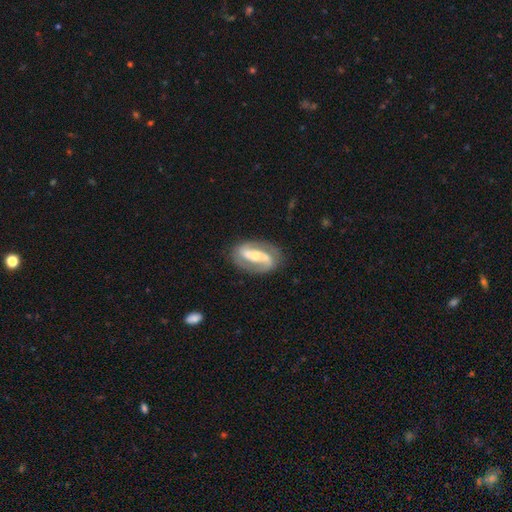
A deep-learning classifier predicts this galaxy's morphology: smooth_or_featured: featured or disk (p=0.83) [alt: smooth p=0.12]
disk_edge_on: no (p=0.93) [alt: yes p=0.07]
bar: strong (p=0.61) [alt: weak p=0.22]
has_spiral_arms: yes (p=0.86) [alt: no p=0.14]
spiral_winding: medium (p=0.43) [alt: loose p=0.30]
spiral_arm_count: 2 (p=0.89) [alt: can't tell p=0.05]
bulge_size: moderate (p=0.58) [alt: small p=0.35]
merging: none (p=0.80) [alt: minor disturbance p=0.13]